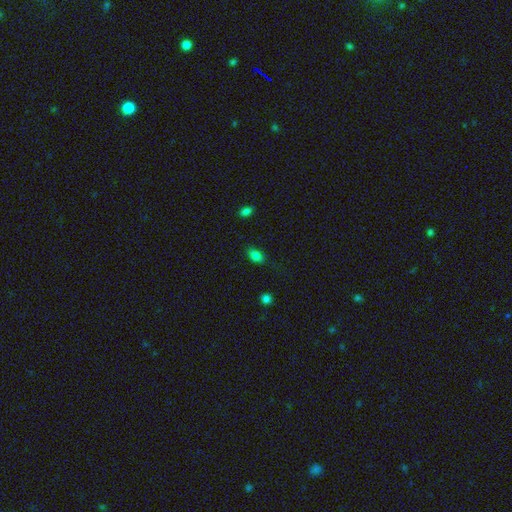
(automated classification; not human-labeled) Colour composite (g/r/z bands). It shows a smooth galaxy with no disk features (82%) that is in between round and cigar-shaped (83%). Merging: none (80%).